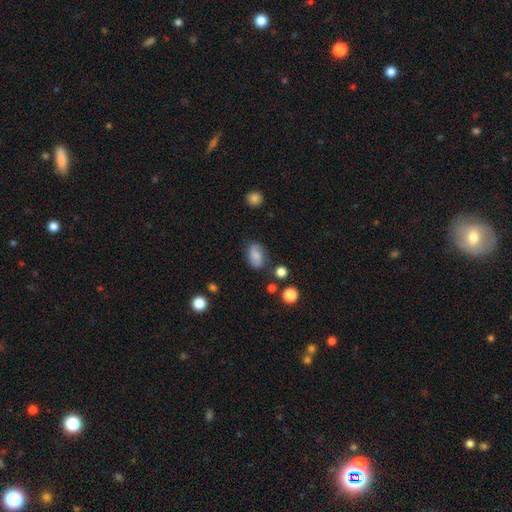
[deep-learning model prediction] This is likely a smooth galaxy (61%). How rounded: clearly in between (82%). Merging: likely none (70%).